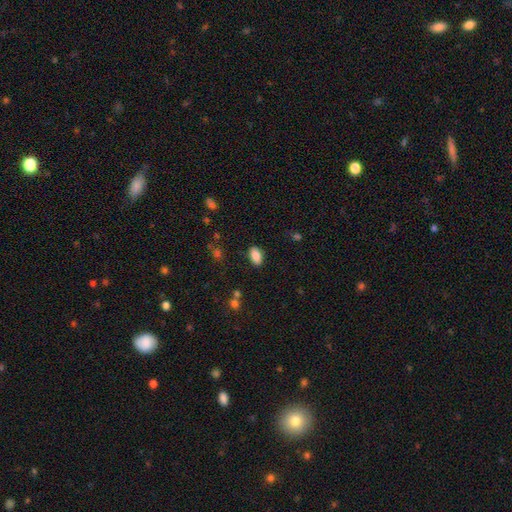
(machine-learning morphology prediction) The model was most divided on "merging": none: 85%, minor disturbance: 10%, major disturbance: 3%, merger: 2%. More confident: how rounded — in between (92%); smooth or featured — smooth (86%).